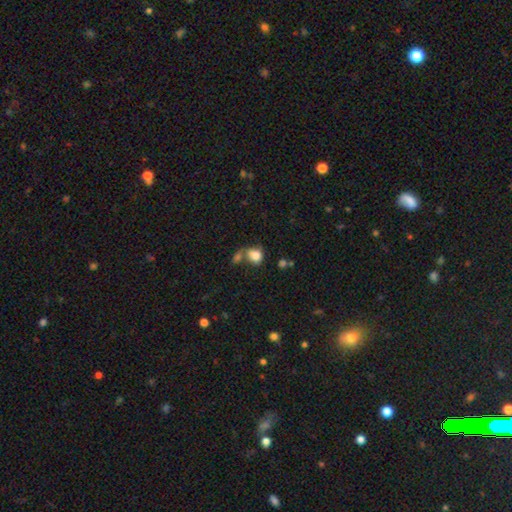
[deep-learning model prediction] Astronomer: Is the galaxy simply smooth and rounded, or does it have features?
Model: smooth — 80%.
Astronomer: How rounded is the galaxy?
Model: round — 59% (runner-up: in between, 39%).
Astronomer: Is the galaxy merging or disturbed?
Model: merger — 41% (runner-up: none, 35%).